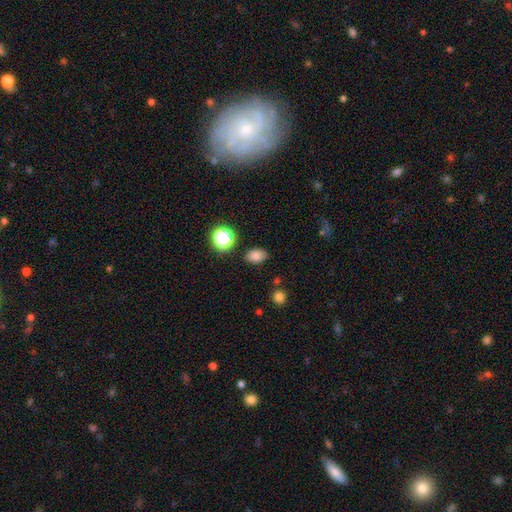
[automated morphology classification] Smooth or featured?
  - smooth: 81% *
  - star or artifact: 14%
  - featured or disk: 5%
How rounded?
  - in between: 78% *
  - round: 21%
  - cigar-shaped: 1%
Merging?
  - none: 82% *
  - minor disturbance: 12%
  - major disturbance: 3%
  - merger: 2%